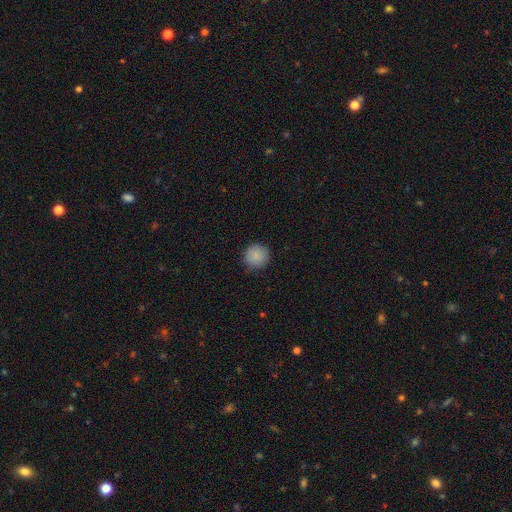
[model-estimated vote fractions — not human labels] A smooth galaxy with no disk features (88%) that is round (95%). Merging: none (89%).